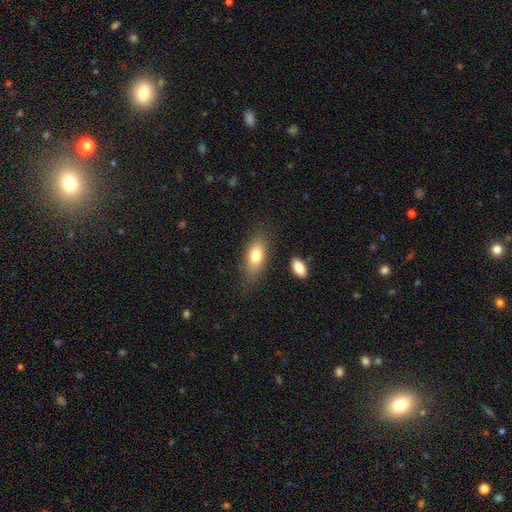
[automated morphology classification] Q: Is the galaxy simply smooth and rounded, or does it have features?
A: smooth — 75%.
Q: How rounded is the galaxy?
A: in between — 79%.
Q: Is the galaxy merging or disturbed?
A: none — 75%.